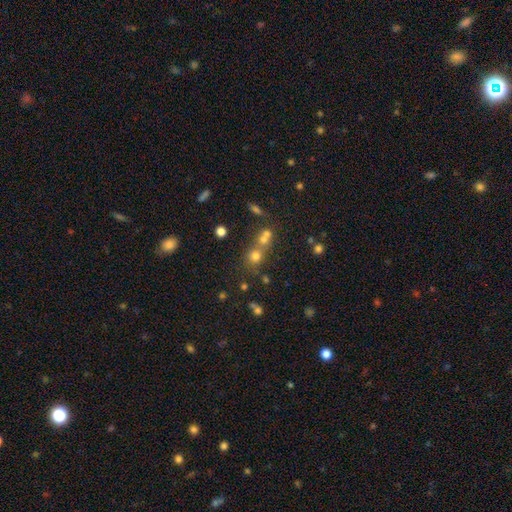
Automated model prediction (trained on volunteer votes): Morphology: type=smooth (59%); roundness=round (82%); merging=none (45%).